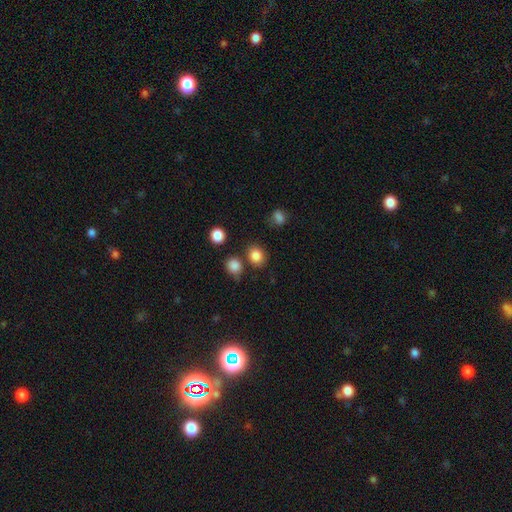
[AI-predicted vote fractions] Overall: smooth (84%). How rounded: round (65%; in between 34%). Merging: none (73%).